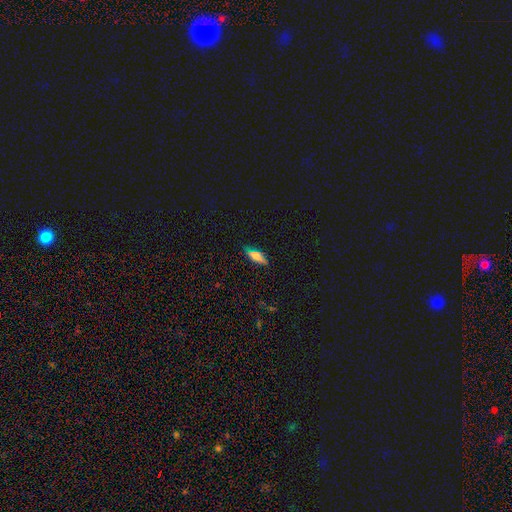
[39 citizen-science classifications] Volunteers were most divided on "how rounded": in between: 79%, cigar-shaped: 21%, round: 0%. More confident: merging — none (86%); smooth or featured — smooth (74%).